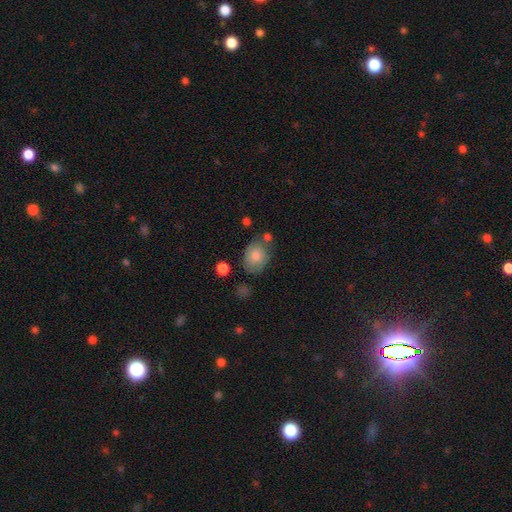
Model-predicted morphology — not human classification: type=smooth (79%); roundness=in between (65%); merging=none (61%).